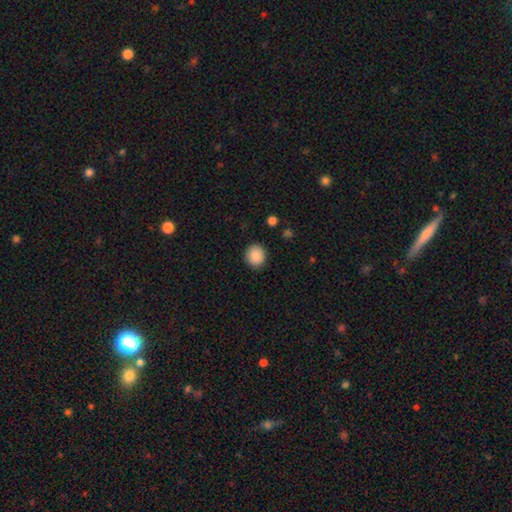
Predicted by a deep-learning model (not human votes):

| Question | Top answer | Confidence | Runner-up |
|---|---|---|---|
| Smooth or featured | smooth | 89% | star or artifact (8%) |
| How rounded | round | 82% | in between (17%) |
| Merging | none | 90% | minor disturbance (6%) |